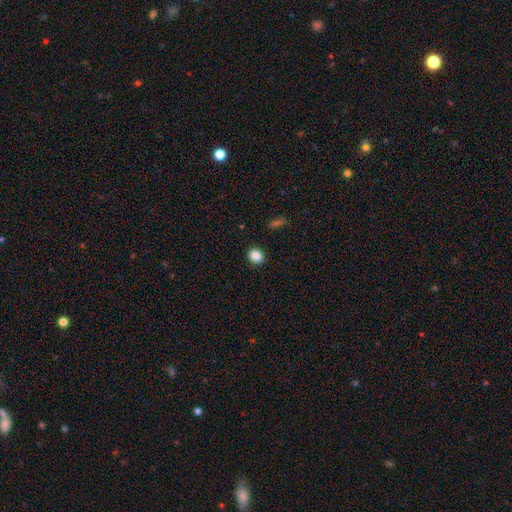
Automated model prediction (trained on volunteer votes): smooth 86%, star or artifact 10%, featured or disk 4%. Down the decision tree: how rounded — round (73%); merging — none (91%).